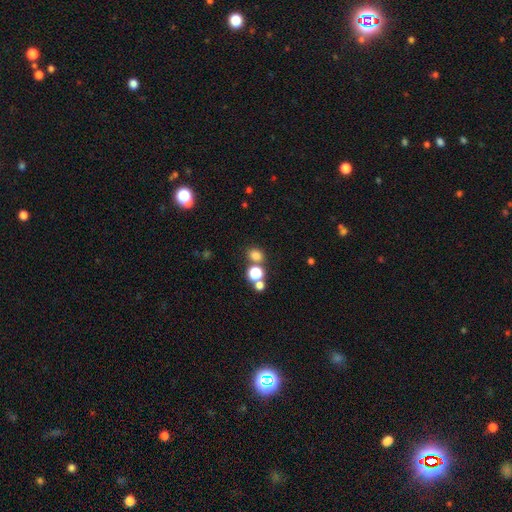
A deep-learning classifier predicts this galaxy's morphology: Smooth or featured?
  - smooth: 74% *
  - star or artifact: 21%
  - featured or disk: 6%
How rounded?
  - round: 63% *
  - in between: 36%
  - cigar-shaped: 1%
Merging?
  - none: 69% *
  - merger: 18%
  - minor disturbance: 9%
  - major disturbance: 4%